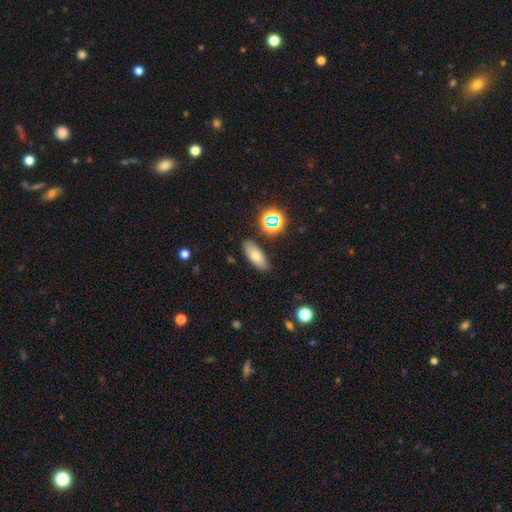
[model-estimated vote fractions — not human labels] Morphology: type=smooth (68%); roundness=in between (75%); merging=none (85%).